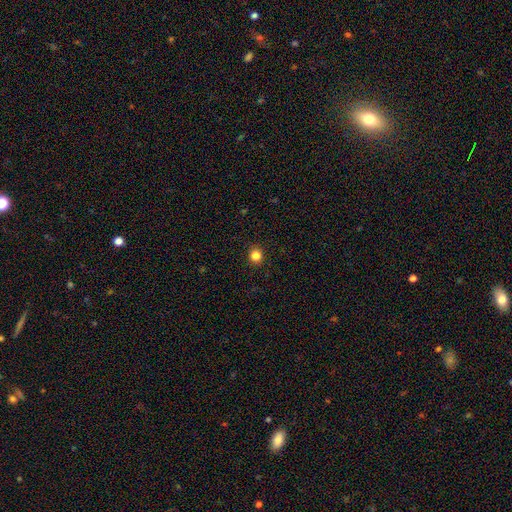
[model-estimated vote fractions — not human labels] A smooth galaxy with no disk features (83%) that is round (88%). Merging: none (92%).